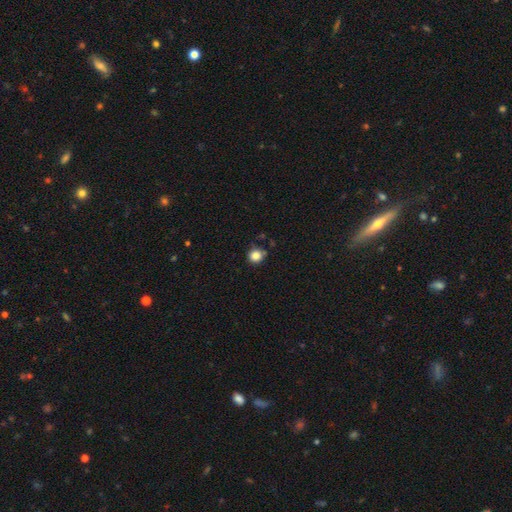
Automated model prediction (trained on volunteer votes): smooth-or-featured: smooth: 85% | star or artifact: 11% | featured or disk: 4%
  how-rounded: round: 89% | in between: 10% | cigar-shaped: 1%
  merging: none: 79% | minor disturbance: 14% | merger: 4% | major disturbance: 3%